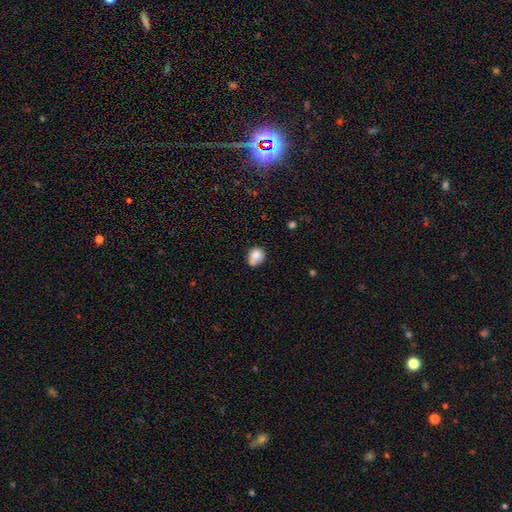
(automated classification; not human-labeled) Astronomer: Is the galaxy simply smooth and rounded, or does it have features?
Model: smooth — 81%.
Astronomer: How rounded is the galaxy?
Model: round — 66%.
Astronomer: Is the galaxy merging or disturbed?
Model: none — 53% (runner-up: minor disturbance, 30%).